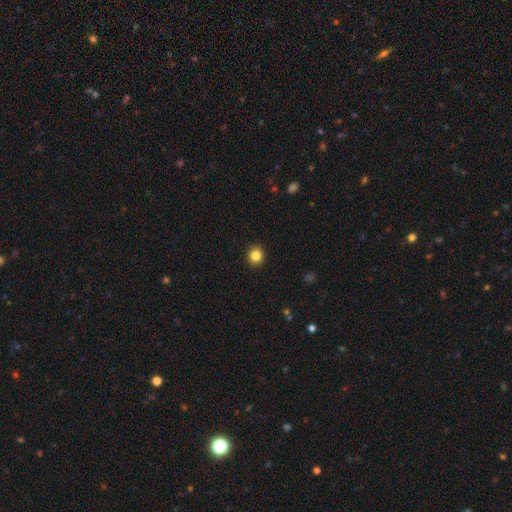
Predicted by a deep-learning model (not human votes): Smooth or featured? Predicted: smooth (p=0.85). How rounded? Predicted: round (p=0.84). Merging? Predicted: none (p=0.92).